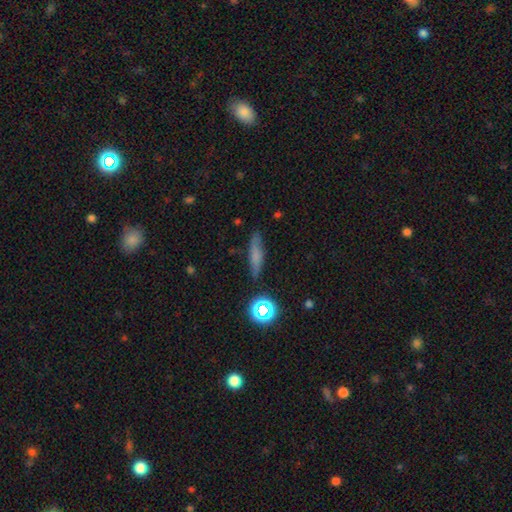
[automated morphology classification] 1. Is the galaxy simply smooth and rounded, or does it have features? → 59% smooth, 26% featured or disk, 15% star or artifact.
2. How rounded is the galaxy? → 72% cigar-shaped, 22% in between, 6% round.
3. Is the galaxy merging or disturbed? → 78% none, 16% minor disturbance, 4% major disturbance, 3% merger.